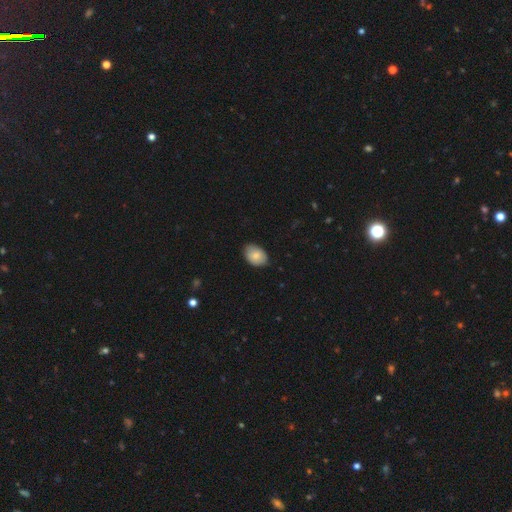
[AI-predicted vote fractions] This appears to be a smooth galaxy with no disk features (81%) that is in between round and cigar-shaped (82%). Merging: none (82%).